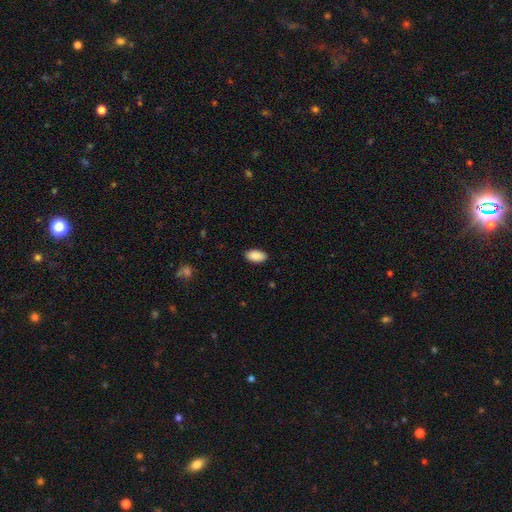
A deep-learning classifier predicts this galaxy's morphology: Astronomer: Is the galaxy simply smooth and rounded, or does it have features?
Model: smooth — 91%.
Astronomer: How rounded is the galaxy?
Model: in between — 95%.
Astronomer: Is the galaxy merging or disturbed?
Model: none — 89%.